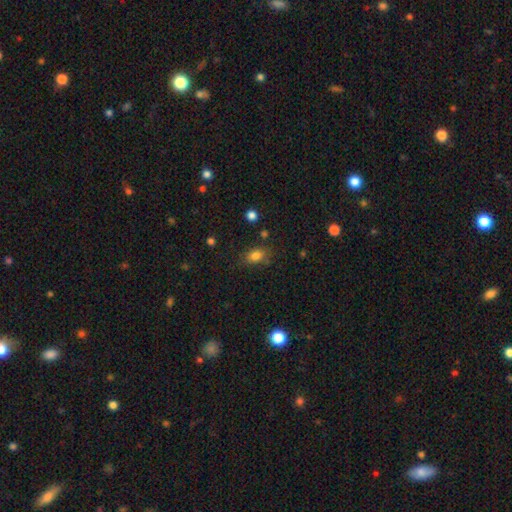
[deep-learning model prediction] Q: Smooth or featured?
A: smooth (81%); runner-up: star or artifact (12%)
Q: How rounded?
A: in between (74%); runner-up: round (24%)
Q: Merging?
A: none (73%); runner-up: minor disturbance (18%)